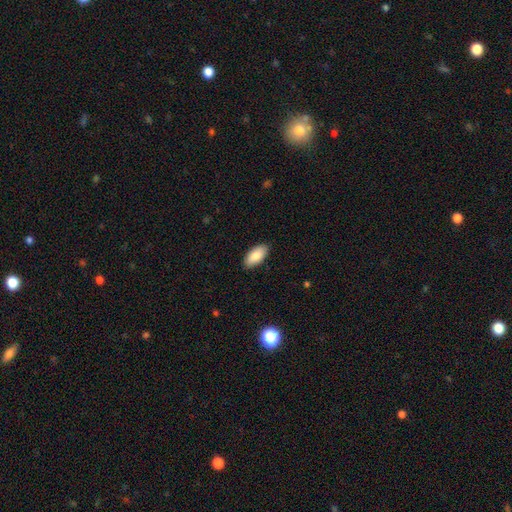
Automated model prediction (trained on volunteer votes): smooth 87%, featured or disk 7%, star or artifact 6%. Down the decision tree: how rounded — in between (93%); merging — none (88%).